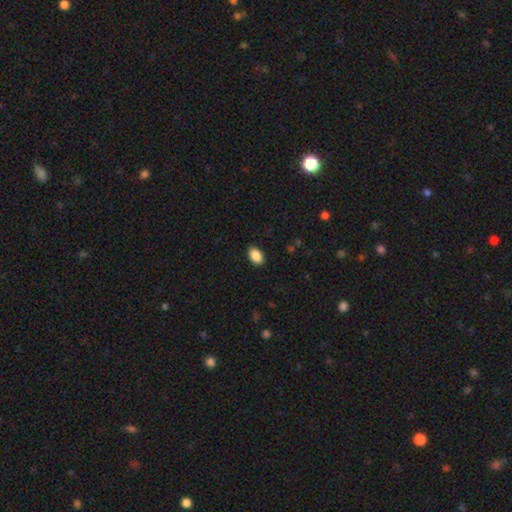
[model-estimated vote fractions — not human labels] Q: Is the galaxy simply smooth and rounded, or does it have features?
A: smooth — 89%.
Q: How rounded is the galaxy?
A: in between — 87%.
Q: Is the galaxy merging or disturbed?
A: none — 89%.